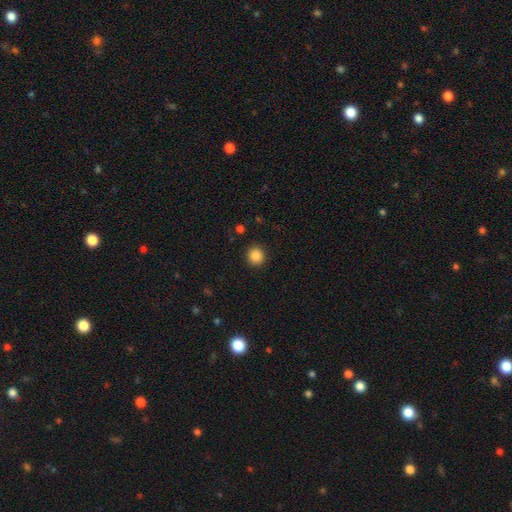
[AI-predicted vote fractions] Smooth or featured?
  - smooth: 86% *
  - star or artifact: 10%
  - featured or disk: 4%
How rounded?
  - round: 93% *
  - in between: 6%
  - cigar-shaped: 1%
Merging?
  - none: 92% *
  - minor disturbance: 5%
  - major disturbance: 2%
  - merger: 1%